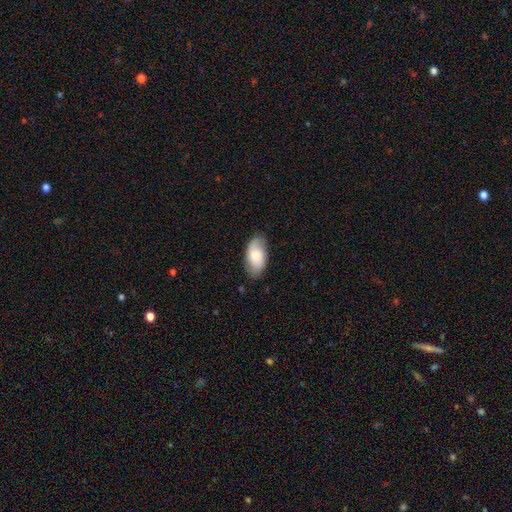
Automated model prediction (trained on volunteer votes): smooth 74%, featured or disk 19%, star or artifact 6%. Down the decision tree: how rounded — in between (95%); merging — none (78%).